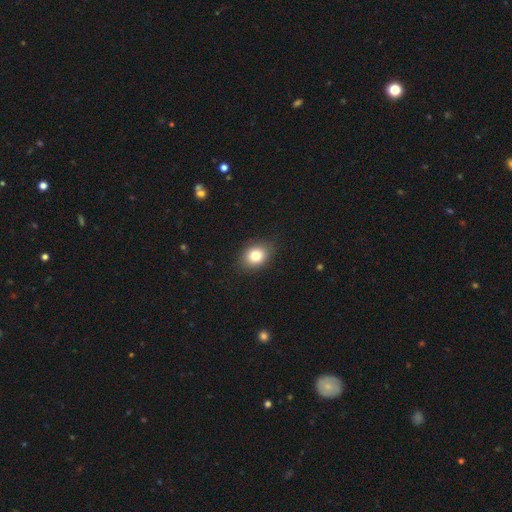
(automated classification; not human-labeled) A smooth galaxy with no disk features (81%) that is in between round and cigar-shaped (53%). Merging: none (85%).